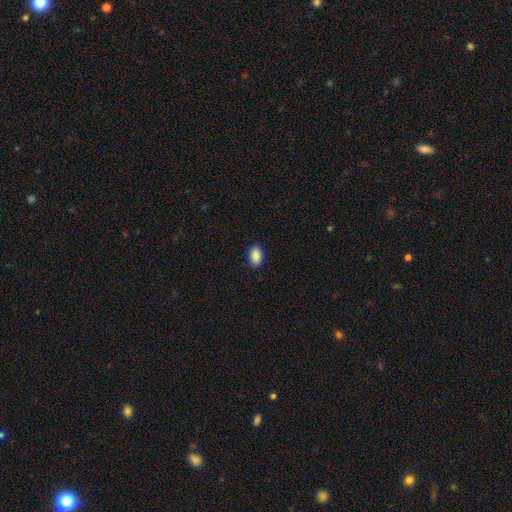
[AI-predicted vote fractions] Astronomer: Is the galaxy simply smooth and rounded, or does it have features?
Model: smooth — 90%.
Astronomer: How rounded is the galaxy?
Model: in between — 92%.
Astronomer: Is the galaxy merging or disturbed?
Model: none — 89%.